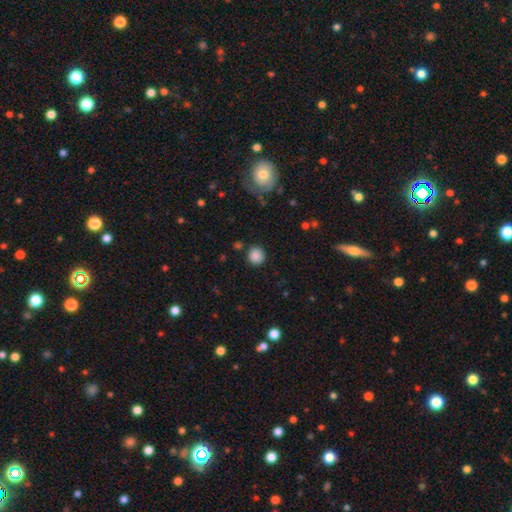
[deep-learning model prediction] Smooth or featured? Predicted: smooth (p=0.86). How rounded? Predicted: round (p=0.91). Merging? Predicted: none (p=0.86).